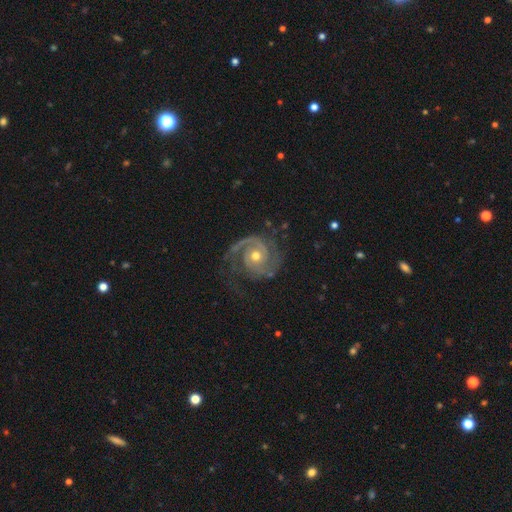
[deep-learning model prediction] featured or disk 91%, star or artifact 5%, smooth 4%. Down the decision tree: edge-on disk — no (98%); bar — no (73%); spiral arms — yes (98%); spiral arm count — 2 (76%); spiral winding — tight (52%); bulge size — moderate (68%); merging — none (69%).